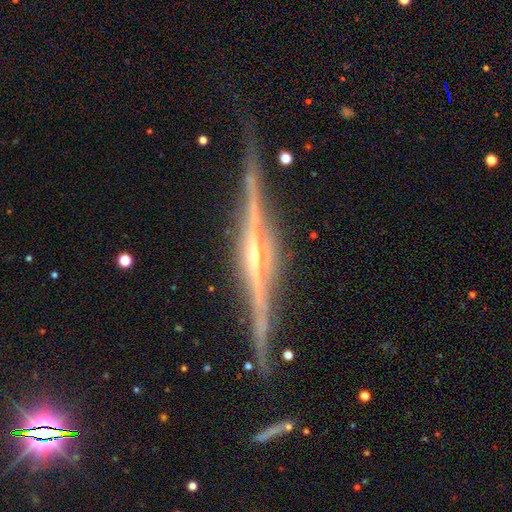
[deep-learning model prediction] This is clearly a featured or disk galaxy (91%). It is clearly viewed edge-on (98%). Edge-on bulge: likely rounded (66%). Merging: clearly none (86%).